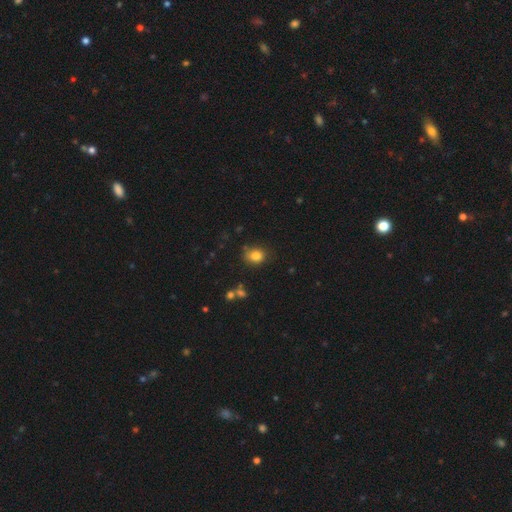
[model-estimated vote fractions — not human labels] Smooth or featured?
  - smooth: 82% *
  - star or artifact: 11%
  - featured or disk: 6%
How rounded?
  - round: 58% *
  - in between: 41%
  - cigar-shaped: 1%
Merging?
  - none: 75% *
  - minor disturbance: 17%
  - major disturbance: 4%
  - merger: 3%